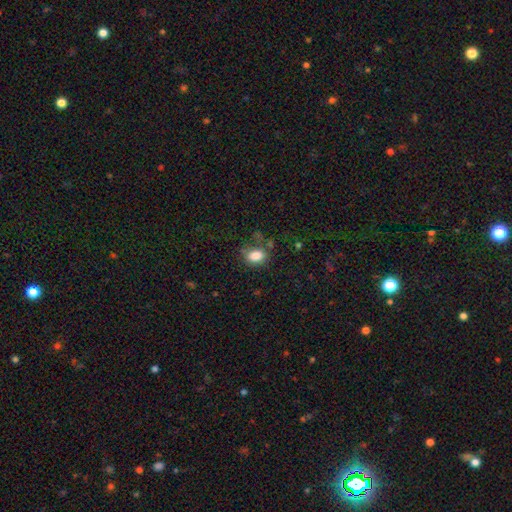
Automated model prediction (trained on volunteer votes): Morphology: type=smooth (84%); roundness=in between (80%); merging=none (66%).